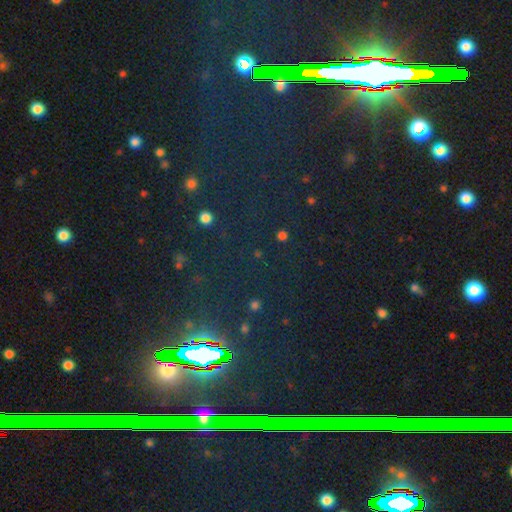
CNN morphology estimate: The model was most divided on "smooth or featured": star or artifact: 83%, smooth: 9%, featured or disk: 8%.